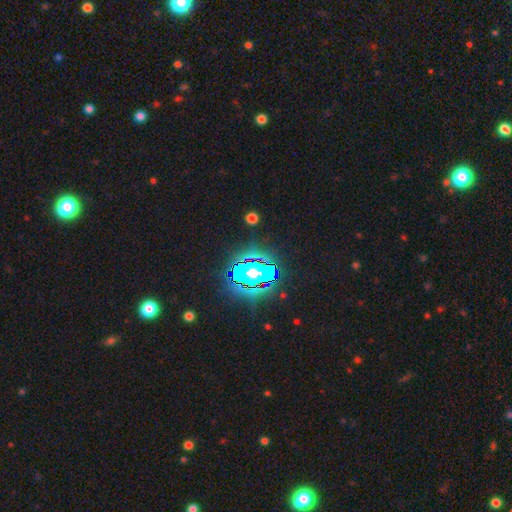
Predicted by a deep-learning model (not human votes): Q: Smooth or featured?
A: star or artifact (84%); runner-up: smooth (10%)